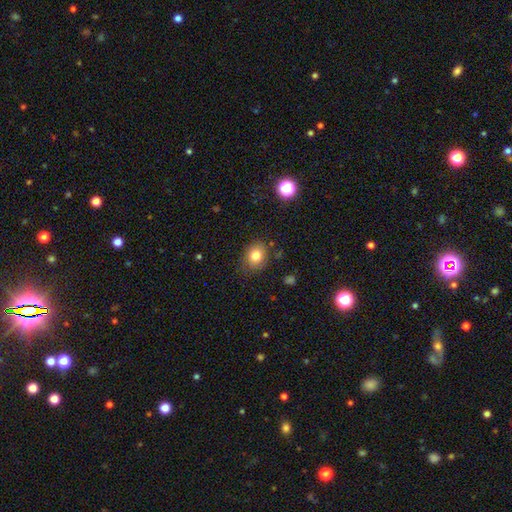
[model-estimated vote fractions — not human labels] Smooth or featured: smooth — 80% (star or artifact — 11%)
How rounded: round — 57% (in between — 42%)
Merging: none — 79% (minor disturbance — 15%)